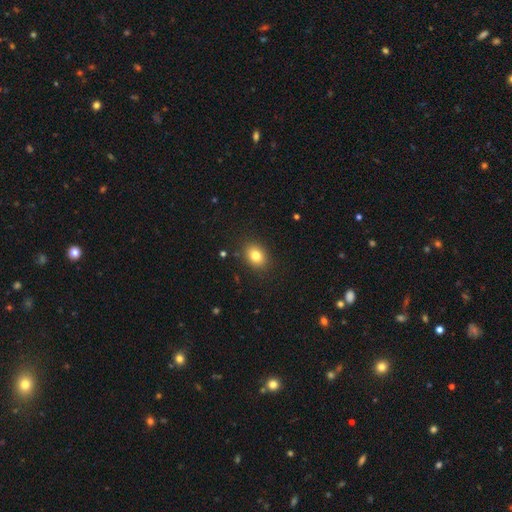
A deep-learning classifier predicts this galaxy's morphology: A smooth galaxy with no disk features (80%) that is in between round and cigar-shaped (62%).

Vote fractions:
- Smooth or featured? smooth: 80% / star or artifact: 11% / featured or disk: 9%
- How rounded? in between: 62% / round: 37% / cigar-shaped: 1%
- Merging? none: 88% / minor disturbance: 9% / major disturbance: 3% / merger: 1%